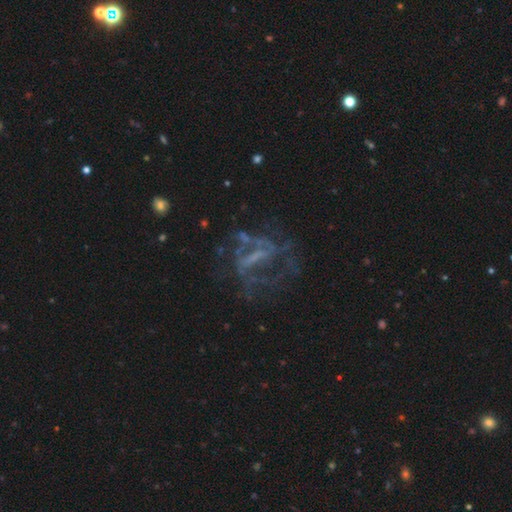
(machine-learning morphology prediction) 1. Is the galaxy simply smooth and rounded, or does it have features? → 69% featured or disk, 19% star or artifact, 12% smooth.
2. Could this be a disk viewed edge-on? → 95% no, 5% yes.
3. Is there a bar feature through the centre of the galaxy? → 35% strong (tied), 35% weak (tied), 30% no.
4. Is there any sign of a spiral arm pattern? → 58% yes, 42% no.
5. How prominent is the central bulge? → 56% none, 26% small, 14% moderate, 3% large, 1% dominant.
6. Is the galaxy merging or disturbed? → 44% none, 36% major disturbance, 16% minor disturbance, 5% merger.